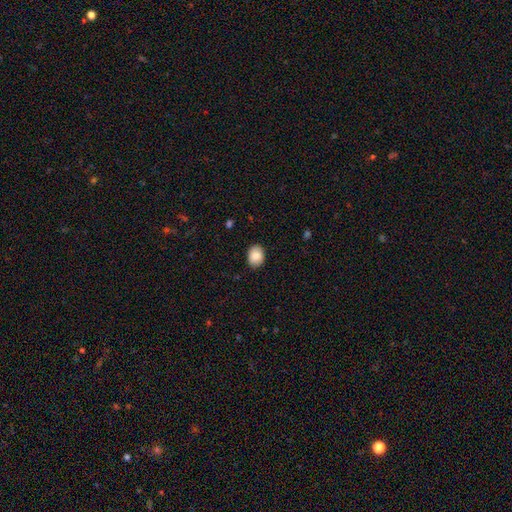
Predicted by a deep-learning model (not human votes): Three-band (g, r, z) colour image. It shows a smooth galaxy with no disk features (85%) that is in between round and cigar-shaped (60%). Merging: none (89%).